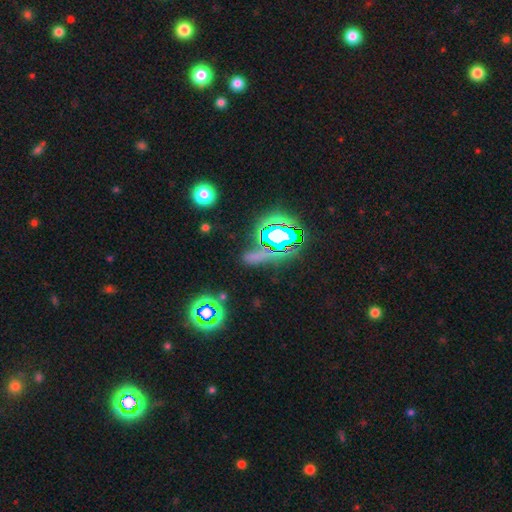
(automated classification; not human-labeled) The model was most divided on "smooth or featured": star or artifact: 63%, smooth: 25%, featured or disk: 13%.